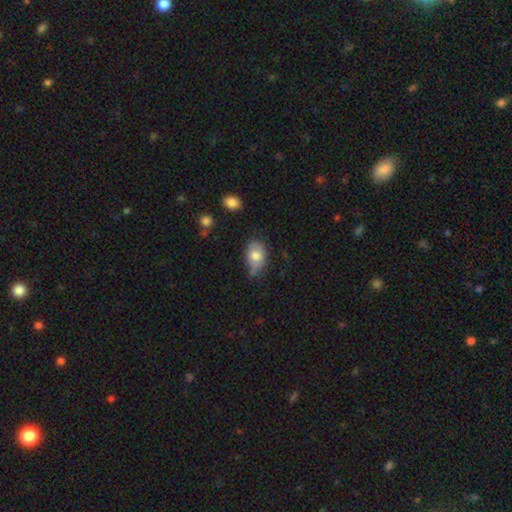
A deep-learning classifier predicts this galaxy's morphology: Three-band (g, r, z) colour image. It shows a smooth galaxy with no disk features (76%) that is in between round and cigar-shaped (81%). Merging: none (57%).